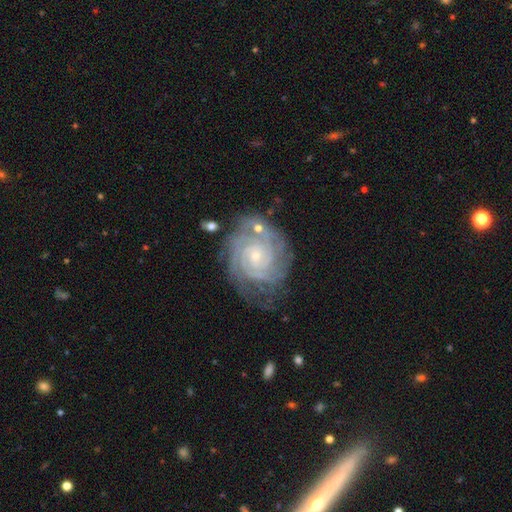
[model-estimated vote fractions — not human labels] Morphology: type=featured or disk (88%); edge-on=no (98%); bar=no (73%); spiral arms=yes (98%); winding=tight (83%); arm count=can't tell (24%); bulge=small (77%); merging=none (69%).